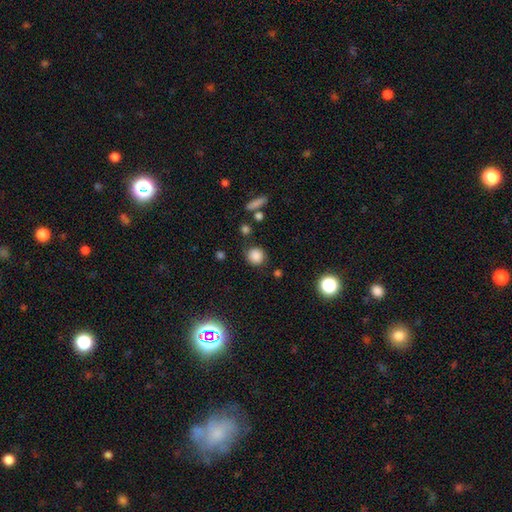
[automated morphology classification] Smooth or featured: smooth — 81% (star or artifact — 13%)
How rounded: round — 89% (in between — 9%)
Merging: none — 79% (minor disturbance — 13%)